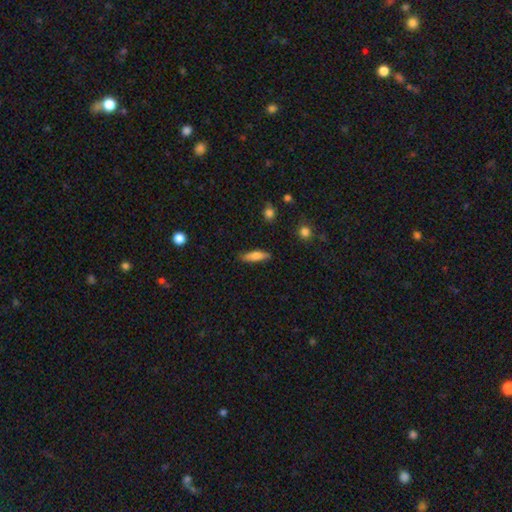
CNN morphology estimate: This appears to be a smooth galaxy with no disk features (74%) that is cigar-shaped (64%). Merging: none (83%).